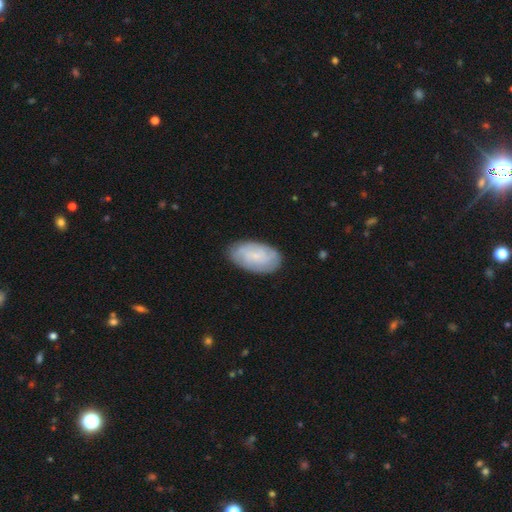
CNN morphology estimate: The model was most divided on "smooth or featured": featured or disk: 51%, smooth: 43%, star or artifact: 7%. More confident: edge-on disk — no (95%); merging — none (82%).